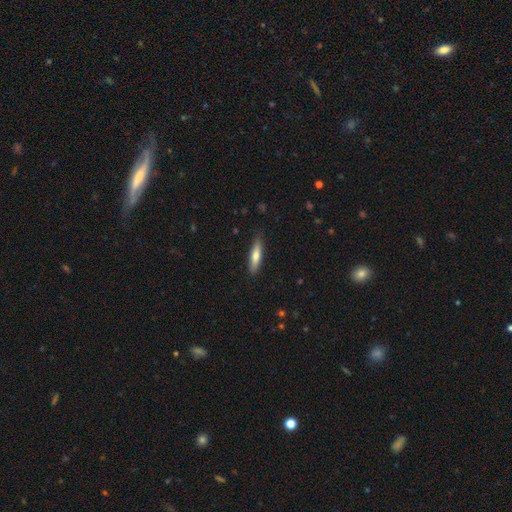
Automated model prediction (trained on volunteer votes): A smooth galaxy with no disk features (71%) that is cigar-shaped (75%).

Vote fractions:
- Smooth or featured? smooth: 71% / featured or disk: 24% / star or artifact: 6%
- How rounded? cigar-shaped: 75% / in between: 23% / round: 2%
- Merging? none: 85% / minor disturbance: 12% / major disturbance: 2% / merger: 1%